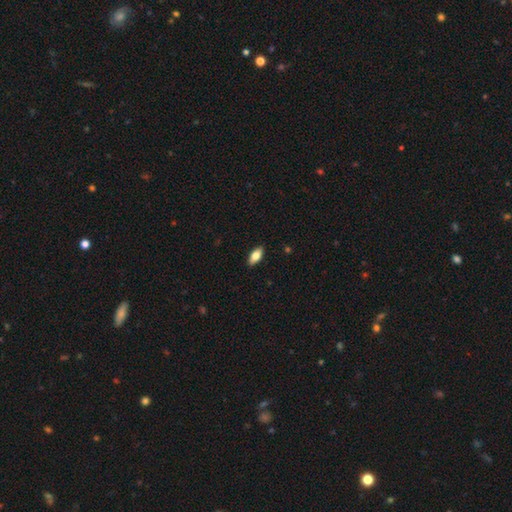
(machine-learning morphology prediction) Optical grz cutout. It shows a smooth galaxy with no disk features (74%) that is in between round and cigar-shaped (86%). Merging: none (89%).